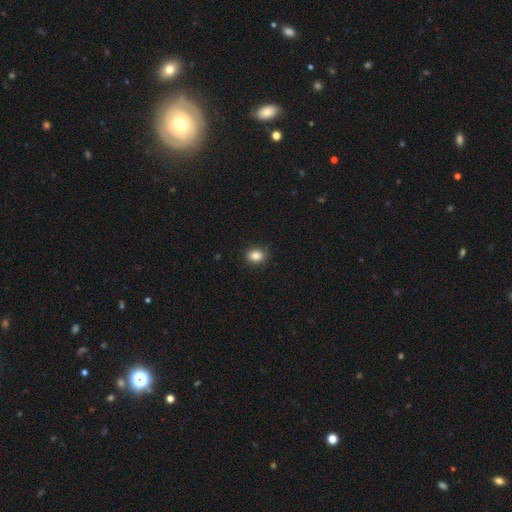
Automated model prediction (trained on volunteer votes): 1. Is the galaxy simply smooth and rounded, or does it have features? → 85% smooth, 10% star or artifact, 5% featured or disk.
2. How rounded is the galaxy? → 51% in between, 48% round, 1% cigar-shaped.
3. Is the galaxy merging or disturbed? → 88% none, 9% minor disturbance, 2% major disturbance, 1% merger.